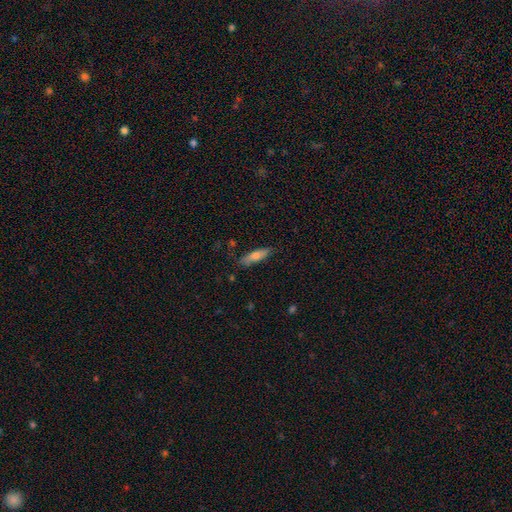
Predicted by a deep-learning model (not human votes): This is likely a smooth galaxy (62%). How rounded: likely cigar-shaped (75%). Merging: clearly none (83%).